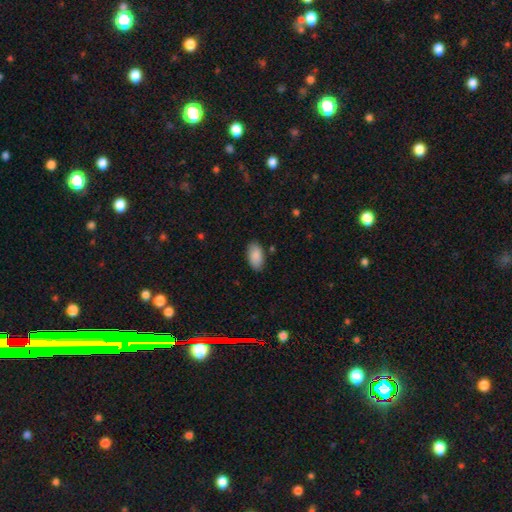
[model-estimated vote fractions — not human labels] A smooth galaxy with no disk features (88%) that is in between round and cigar-shaped (95%). Merging: none (85%).